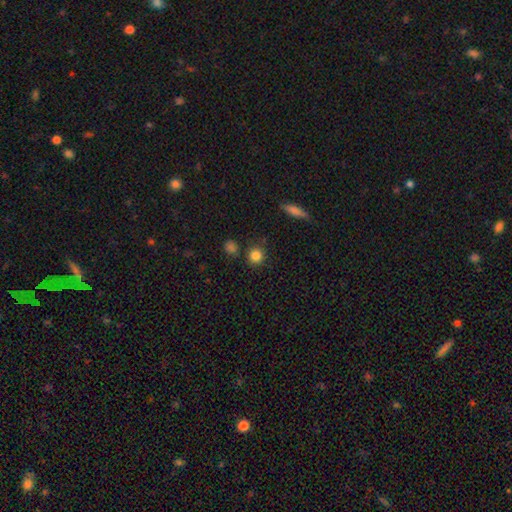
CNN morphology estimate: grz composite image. It shows a smooth galaxy with no disk features (84%) that is round (90%). Merging: none (83%).